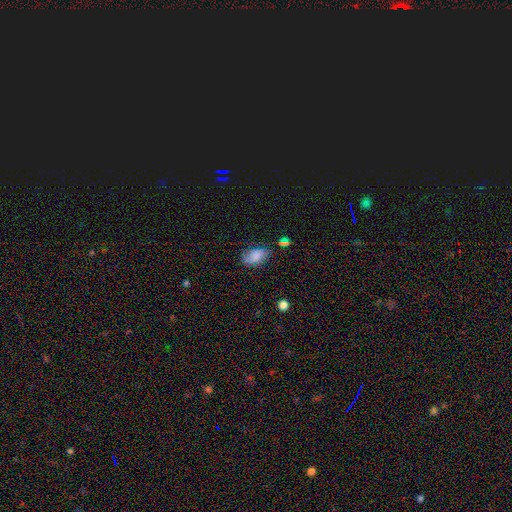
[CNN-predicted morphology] type=smooth (68%); roundness=in between (87%); merging=none (55%).